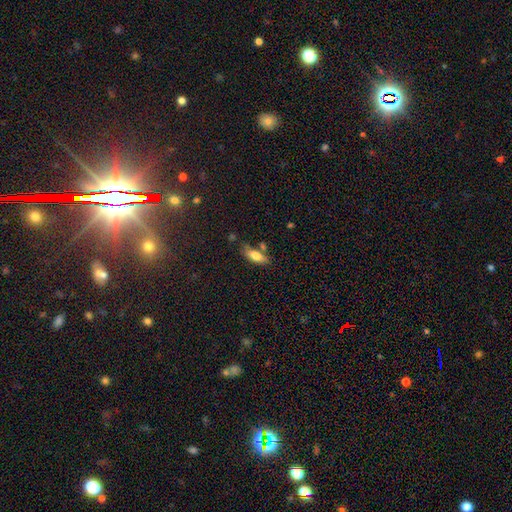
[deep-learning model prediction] smooth 74%, featured or disk 18%, star or artifact 7%. Down the decision tree: how rounded — in between (72%); merging — none (64%).